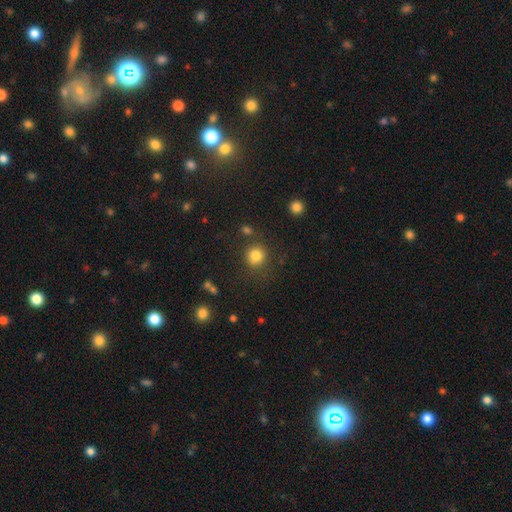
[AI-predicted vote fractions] Smooth or featured: smooth — 82% (star or artifact — 12%)
How rounded: round — 86% (in between — 13%)
Merging: none — 77% (minor disturbance — 12%)